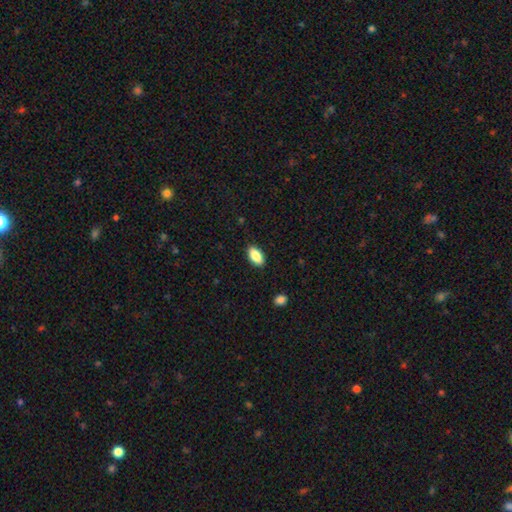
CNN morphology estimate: Smooth or featured? smooth (87%)
How rounded? in between (92%)
Merging? none (88%)